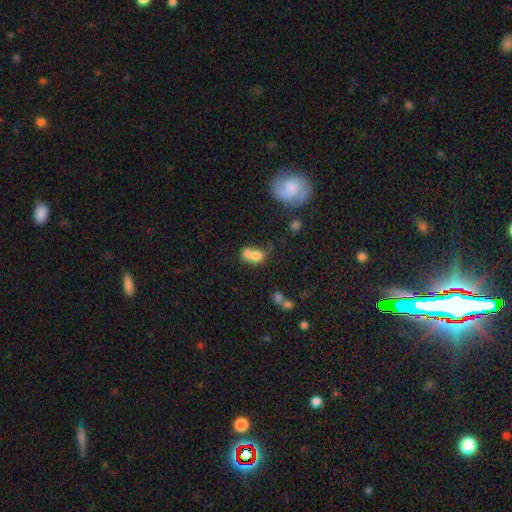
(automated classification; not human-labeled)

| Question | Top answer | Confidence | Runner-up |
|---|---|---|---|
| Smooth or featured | smooth | 69% | featured or disk (20%) |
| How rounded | in between | 50% | round (49%) |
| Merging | merger | 60% | none (22%) |